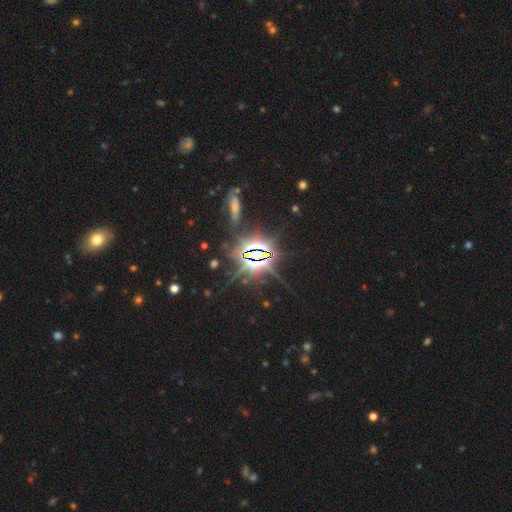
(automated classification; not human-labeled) This appears to be a star or artifact, not a galaxy (83%).